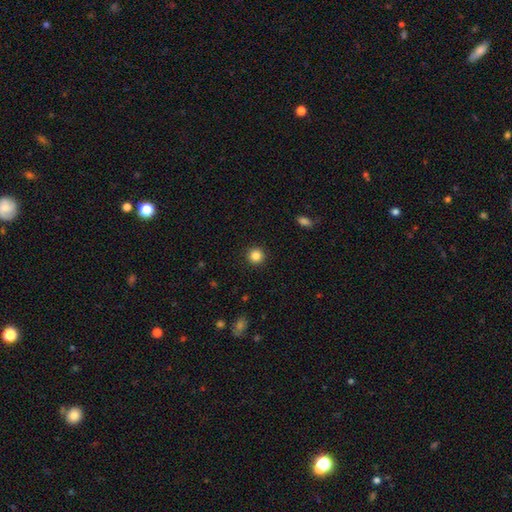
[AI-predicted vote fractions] Smooth or featured? Predicted: smooth (p=0.85). How rounded? Predicted: round (p=0.95). Merging? Predicted: none (p=0.93).